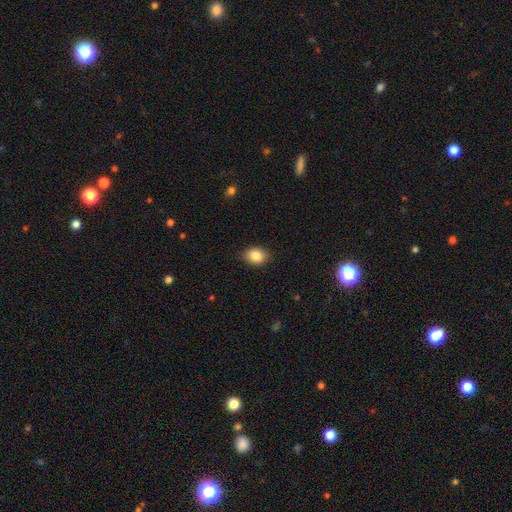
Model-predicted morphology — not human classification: This is clearly a smooth galaxy (86%). How rounded: possibly in between (56%). Merging: clearly none (84%).